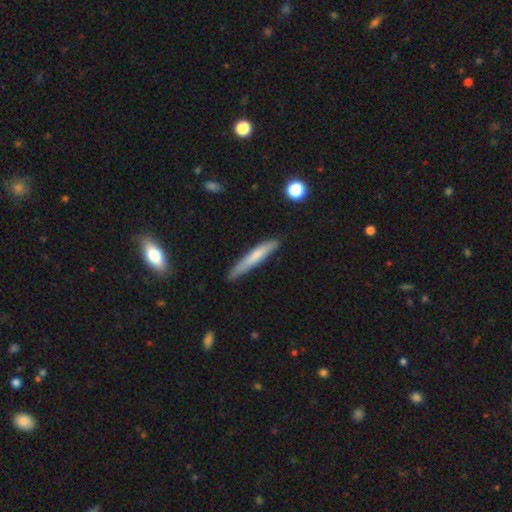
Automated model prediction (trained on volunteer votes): smooth 67%, featured or disk 27%, star or artifact 6%. Down the decision tree: how rounded — cigar-shaped (94%); merging — none (80%).